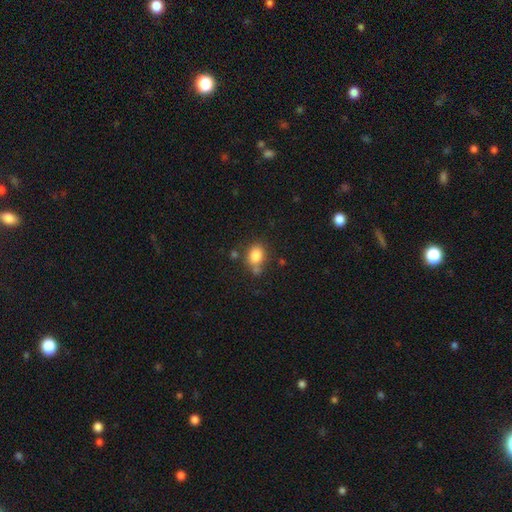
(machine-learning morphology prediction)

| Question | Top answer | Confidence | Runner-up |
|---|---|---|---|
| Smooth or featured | smooth | 83% | star or artifact (10%) |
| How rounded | in between | 51% | round (48%) |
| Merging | none | 63% | minor disturbance (17%) |